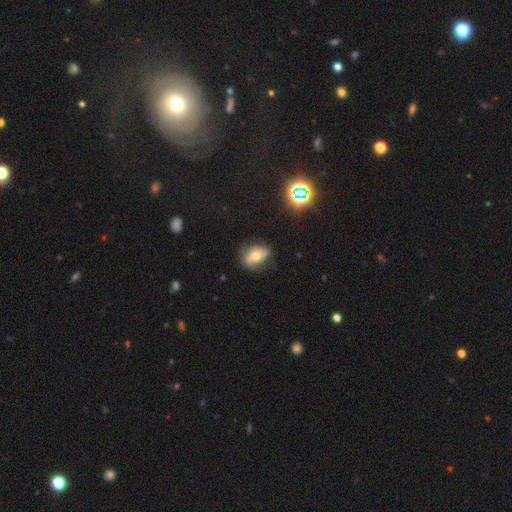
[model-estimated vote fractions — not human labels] Smooth or featured? smooth (47%)
Merging? none (63%)